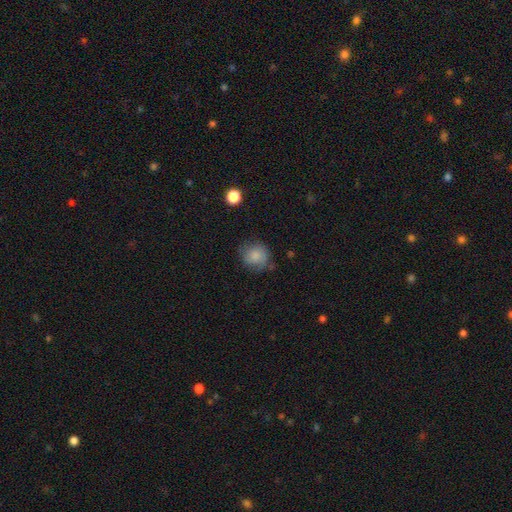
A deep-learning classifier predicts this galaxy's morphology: The model was most divided on "merging": none: 66%, minor disturbance: 24%, major disturbance: 8%, merger: 2%. More confident: how rounded — round (83%); smooth or featured — smooth (78%).